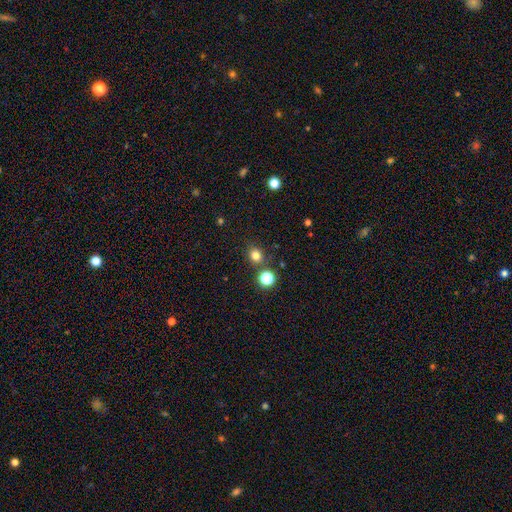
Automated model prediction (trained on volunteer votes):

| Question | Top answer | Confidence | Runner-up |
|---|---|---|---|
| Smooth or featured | smooth | 77% | star or artifact (18%) |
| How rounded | round | 80% | in between (19%) |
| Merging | none | 81% | minor disturbance (9%) |